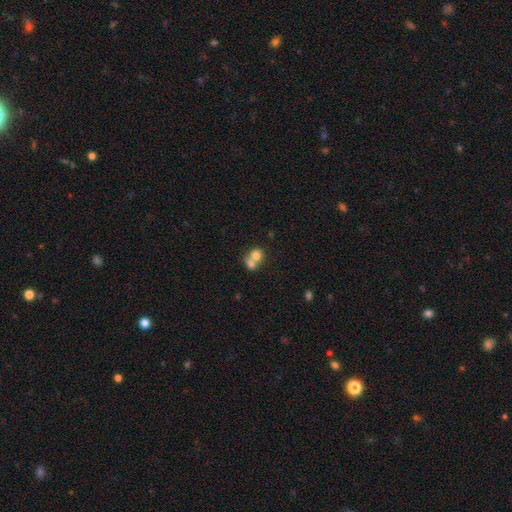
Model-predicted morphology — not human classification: The model was most divided on "how rounded": round: 67%, in between: 32%, cigar-shaped: 1%. More confident: smooth or featured — smooth (74%); merging — merger (67%).